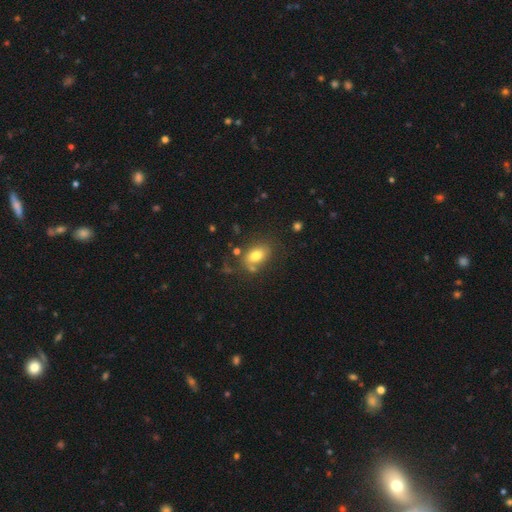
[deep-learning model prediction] The model was most divided on "merging": none: 66%, minor disturbance: 17%, merger: 10%, major disturbance: 7%. More confident: how rounded — in between (79%); smooth or featured — smooth (76%).